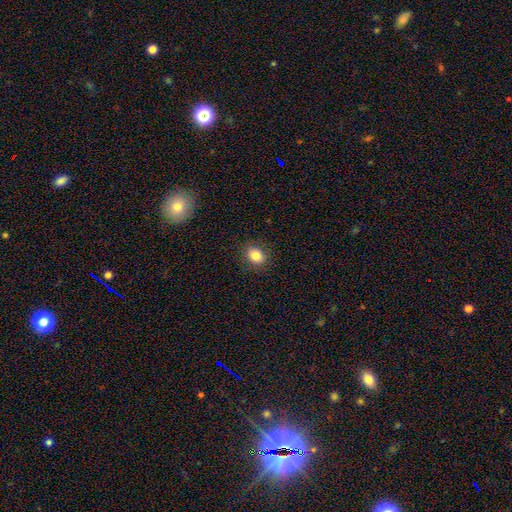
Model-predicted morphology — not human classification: Overall: smooth (84%). How rounded: in between (53%; round 46%). Merging: none (87%).